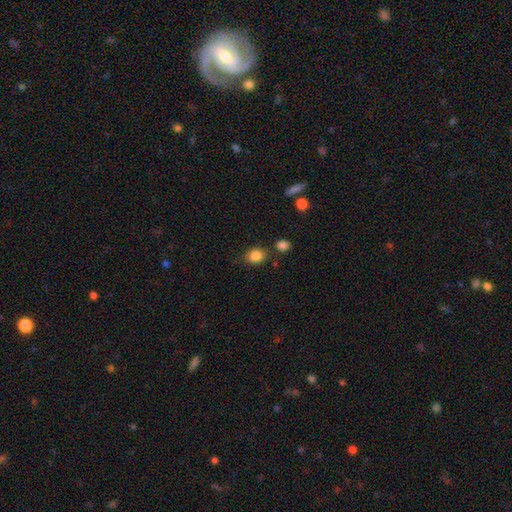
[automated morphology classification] smooth-or-featured: smooth: 85% | star or artifact: 10% | featured or disk: 5%
  how-rounded: round: 55% | in between: 44% | cigar-shaped: 1%
  merging: none: 77% | minor disturbance: 13% | merger: 7% | major disturbance: 3%